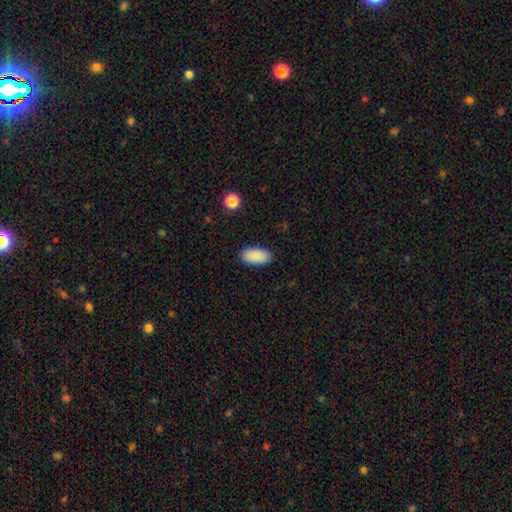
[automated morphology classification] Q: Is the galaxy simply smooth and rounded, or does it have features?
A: smooth — 90%.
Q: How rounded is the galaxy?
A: in between — 93%.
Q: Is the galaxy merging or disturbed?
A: none — 89%.